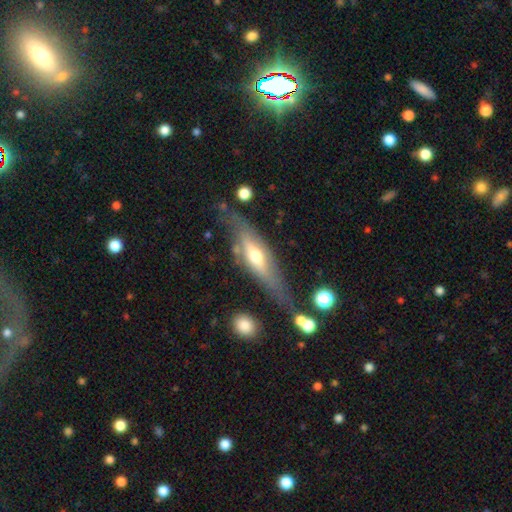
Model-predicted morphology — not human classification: smooth_or_featured: featured or disk (p=0.66) [alt: smooth p=0.28]
disk_edge_on: yes (p=0.81) [alt: no p=0.19]
edge_on_bulge: rounded (p=0.87) [alt: boxy p=0.07]
merging: none (p=0.63) [alt: minor disturbance p=0.21]